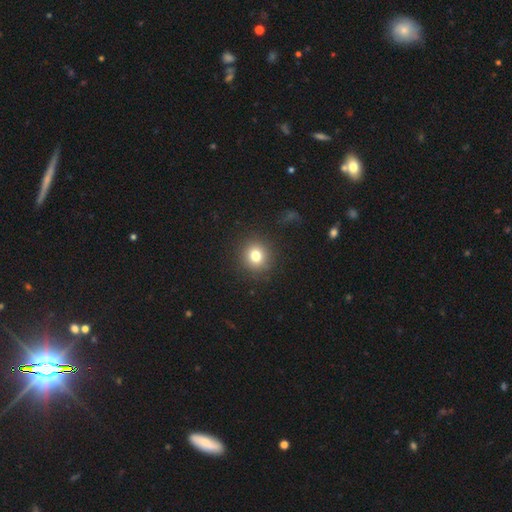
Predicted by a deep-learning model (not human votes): smooth_or_featured: smooth (p=0.79) [alt: star or artifact p=0.13]
how_rounded: round (p=0.89) [alt: in between p=0.10]
merging: none (p=0.89) [alt: minor disturbance p=0.06]